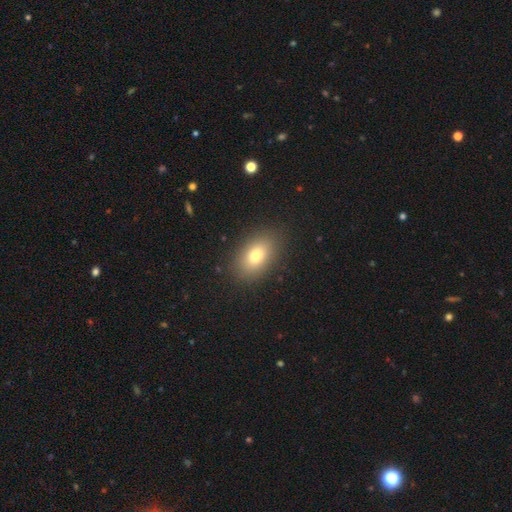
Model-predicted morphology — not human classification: smooth-or-featured: smooth: 75% | featured or disk: 14% | star or artifact: 11%
  how-rounded: in between: 84% | round: 14% | cigar-shaped: 2%
  merging: none: 86% | minor disturbance: 9% | major disturbance: 4% | merger: 1%